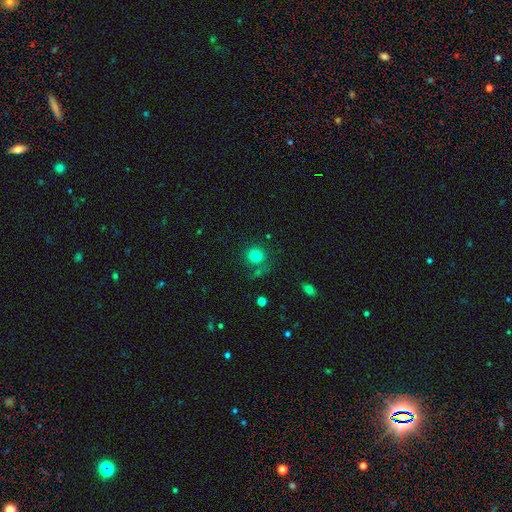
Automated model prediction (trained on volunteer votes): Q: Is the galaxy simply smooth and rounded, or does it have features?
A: smooth — 78%.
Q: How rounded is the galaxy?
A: round — 89%.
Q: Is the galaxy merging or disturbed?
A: none — 73%.